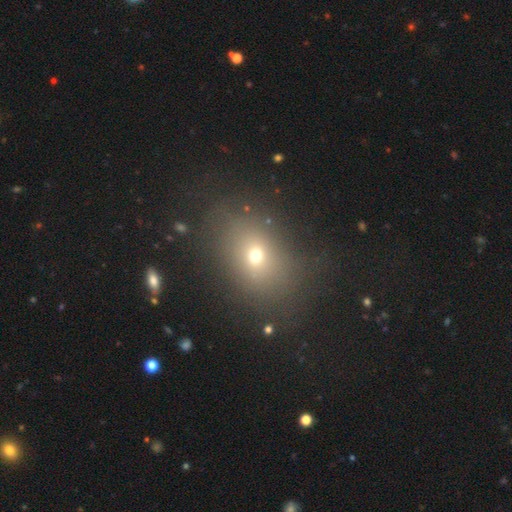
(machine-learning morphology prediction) smooth 64%, star or artifact 21%, featured or disk 15%. Down the decision tree: how rounded — in between (59%); merging — none (75%).